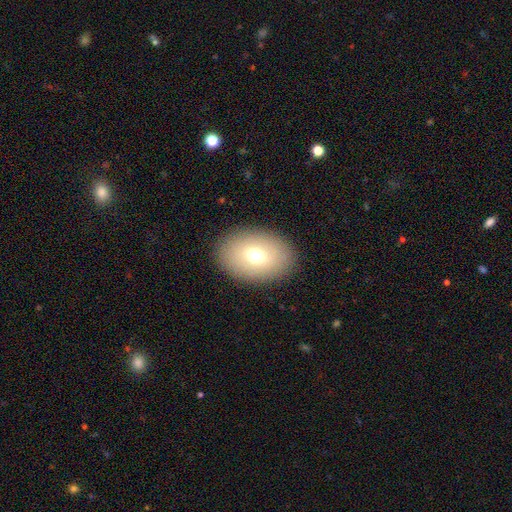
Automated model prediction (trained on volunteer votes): Smooth or featured: smooth — 68% (featured or disk — 21%)
How rounded: in between — 78% (round — 21%)
Merging: none — 87% (minor disturbance — 8%)